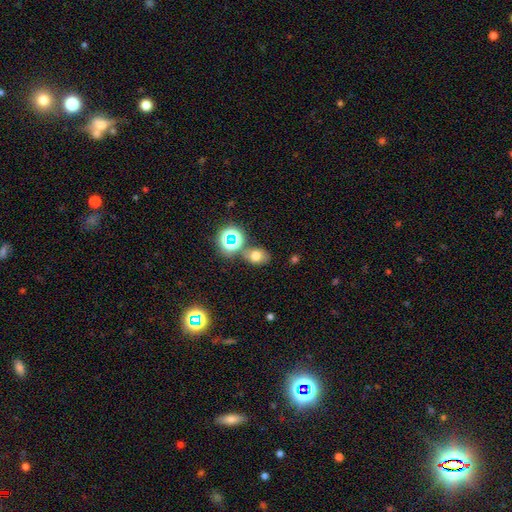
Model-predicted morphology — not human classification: Smooth or featured? smooth (66%)
How rounded? in between (61%)
Merging? none (69%)